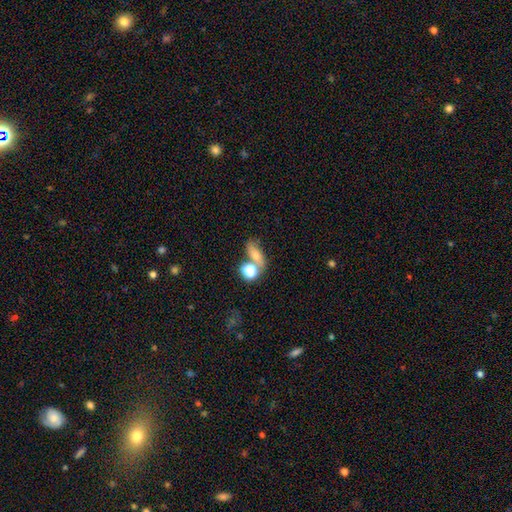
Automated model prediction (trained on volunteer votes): Overall: smooth (66%). How rounded: in between (63%; round 25%). Merging: none (45%; merger 32%).